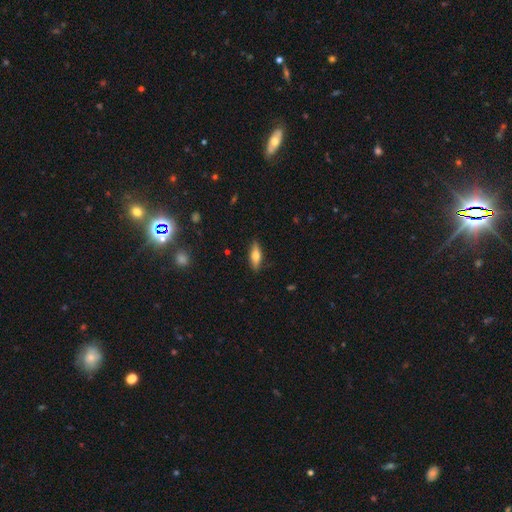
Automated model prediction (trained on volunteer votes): Smooth or featured: smooth — 63% (featured or disk — 31%)
How rounded: in between — 53% (cigar-shaped — 44%)
Merging: none — 88% (minor disturbance — 9%)